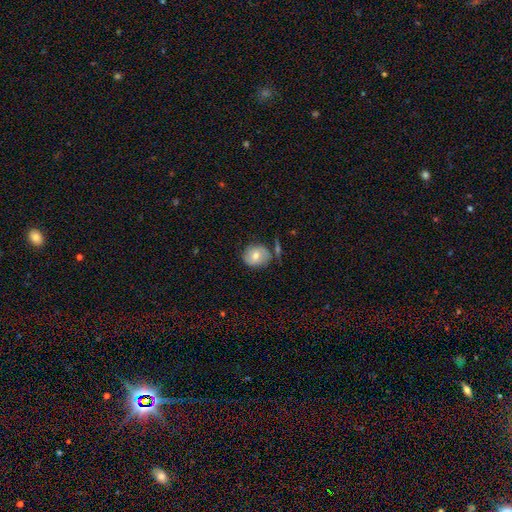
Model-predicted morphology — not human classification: A smooth galaxy with no disk features (63%) that is round (69%). Merging: none (63%).